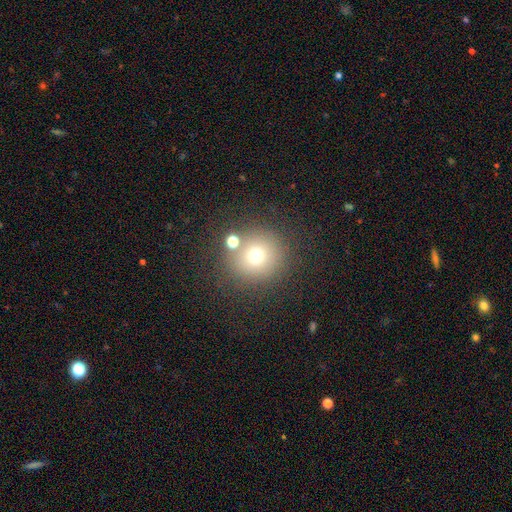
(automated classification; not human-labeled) Overall: smooth (69%). How rounded: round (93%). Merging: none (76%).